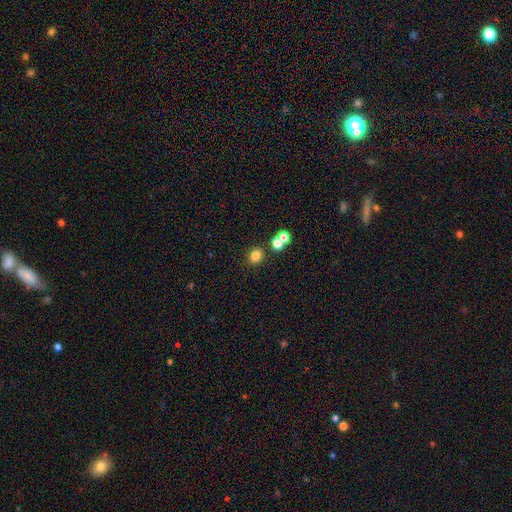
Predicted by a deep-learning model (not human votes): Smooth or featured?
  - smooth: 79% *
  - star or artifact: 15%
  - featured or disk: 6%
How rounded?
  - round: 79% *
  - in between: 20%
  - cigar-shaped: 1%
Merging?
  - none: 77% *
  - merger: 13%
  - minor disturbance: 7%
  - major disturbance: 3%